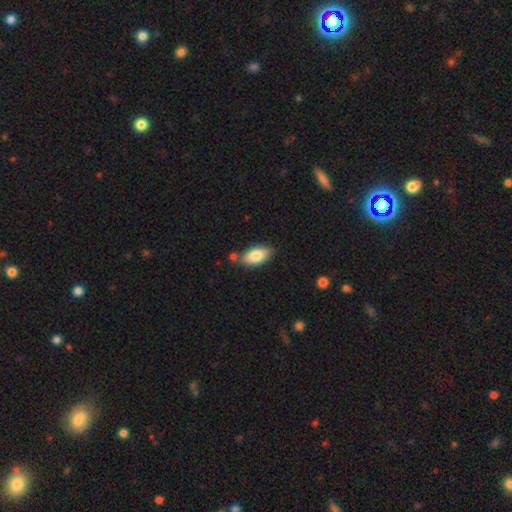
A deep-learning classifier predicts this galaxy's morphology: This is likely a smooth galaxy (79%). How rounded: clearly in between (90%). Merging: likely none (77%).